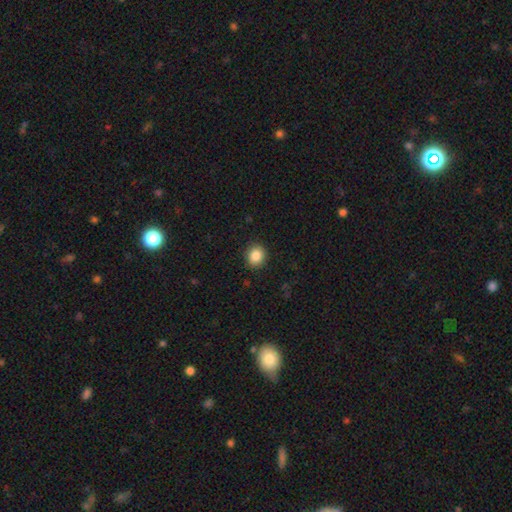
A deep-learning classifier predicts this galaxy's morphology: Smooth or featured?
  - smooth: 87% *
  - star or artifact: 9%
  - featured or disk: 4%
How rounded?
  - round: 75% *
  - in between: 24%
  - cigar-shaped: 1%
Merging?
  - none: 90% *
  - minor disturbance: 7%
  - major disturbance: 2%
  - merger: 1%